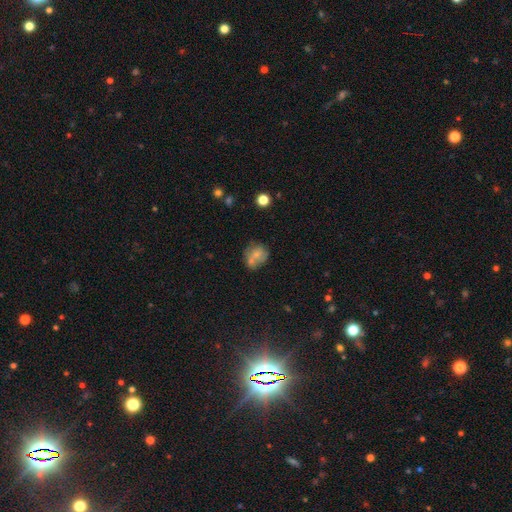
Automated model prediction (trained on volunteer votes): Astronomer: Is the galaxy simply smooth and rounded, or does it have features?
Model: smooth — 61%.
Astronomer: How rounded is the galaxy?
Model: round — 66%.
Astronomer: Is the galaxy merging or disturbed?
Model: none — 38% (runner-up: merger, 36%).